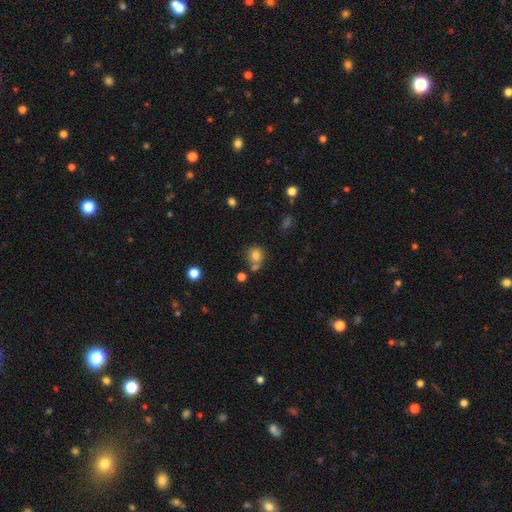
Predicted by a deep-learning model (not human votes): smooth 78%, star or artifact 12%, featured or disk 10%. Down the decision tree: how rounded — round (77%); merging — none (59%).